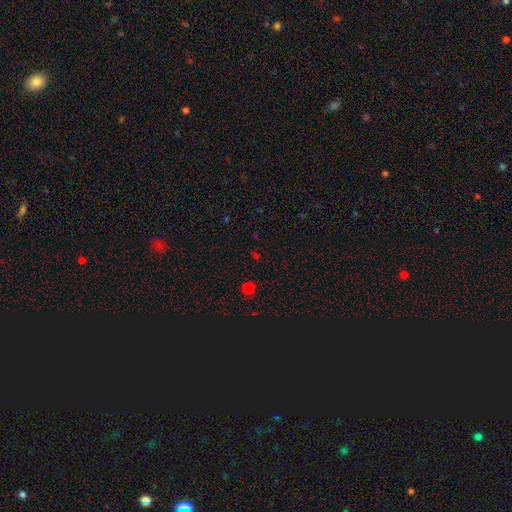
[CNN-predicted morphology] smooth_or_featured: star or artifact (p=0.48) [alt: smooth p=0.47]